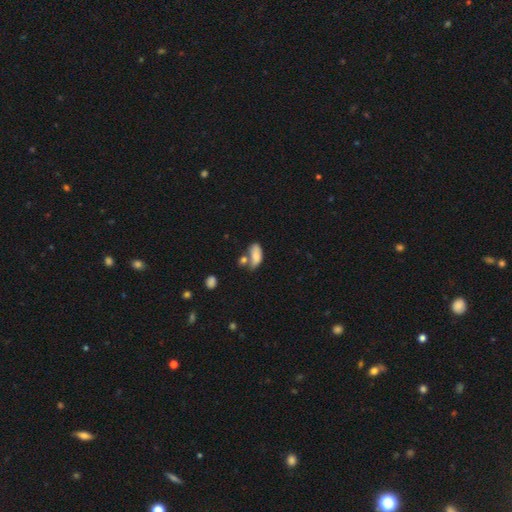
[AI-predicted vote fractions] smooth 77%, featured or disk 16%, star or artifact 8%. Down the decision tree: how rounded — in between (88%); merging — none (38%).